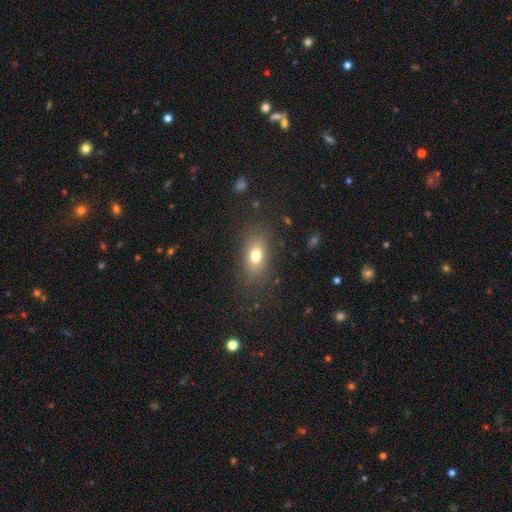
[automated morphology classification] Overall: smooth (75%). How rounded: in between (79%). Merging: none (82%).